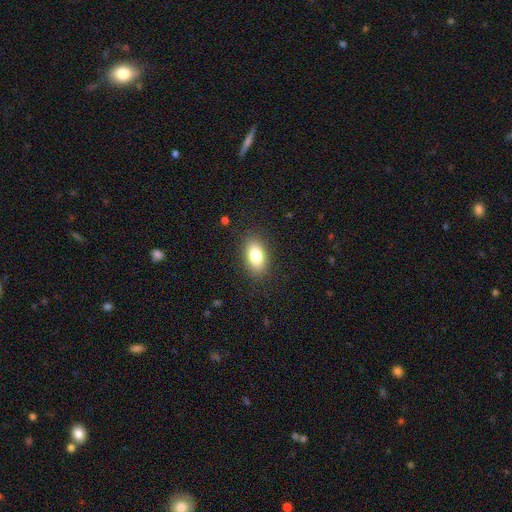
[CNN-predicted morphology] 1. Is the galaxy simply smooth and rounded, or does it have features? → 82% smooth, 10% featured or disk, 8% star or artifact.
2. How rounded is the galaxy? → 90% in between, 7% round, 3% cigar-shaped.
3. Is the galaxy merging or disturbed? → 86% none, 10% minor disturbance, 3% major disturbance, 1% merger.